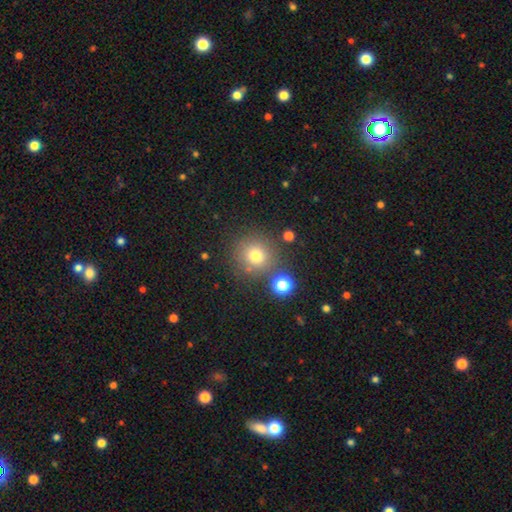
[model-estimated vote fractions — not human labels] Smooth or featured: smooth — 74% (star or artifact — 16%)
How rounded: round — 92% (in between — 7%)
Merging: none — 77% (minor disturbance — 10%)